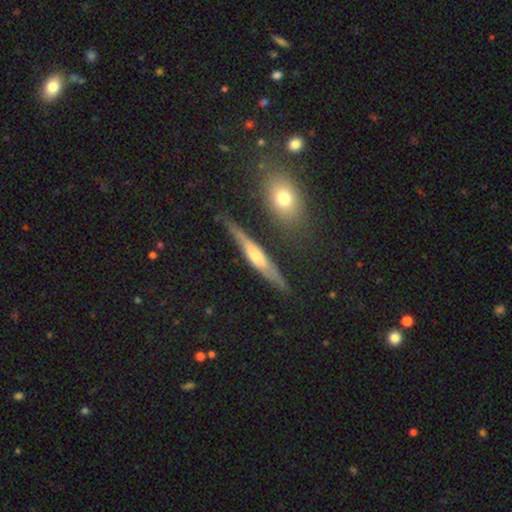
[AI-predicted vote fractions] This appears to be a featured or disk galaxy (65%) viewed edge-on (91%) with a rounded central bulge (62%). Merging: none (77%).